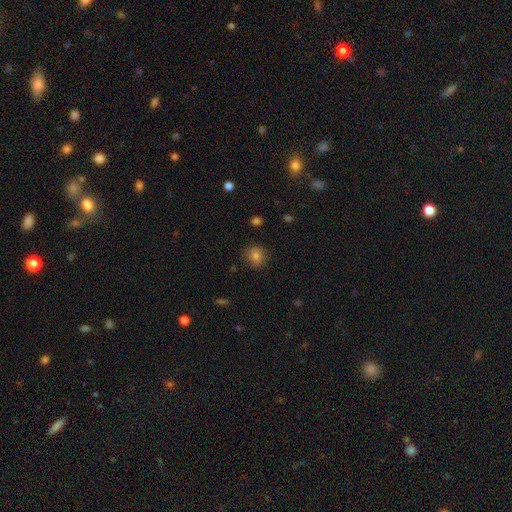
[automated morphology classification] A smooth galaxy with no disk features (81%) that is round (87%). Merging: none (87%).